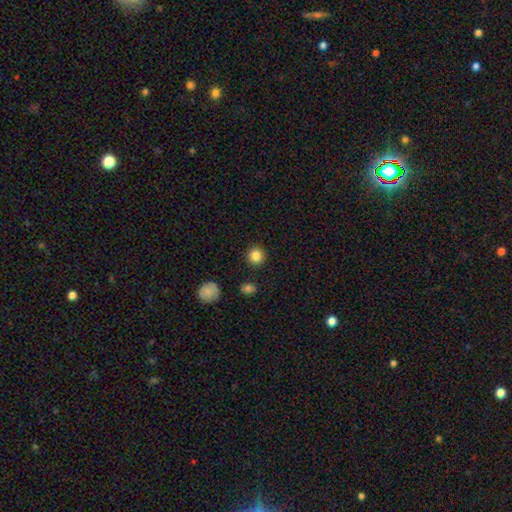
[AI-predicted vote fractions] This appears to be a smooth galaxy with no disk features (85%) that is round (94%). Merging: none (91%).